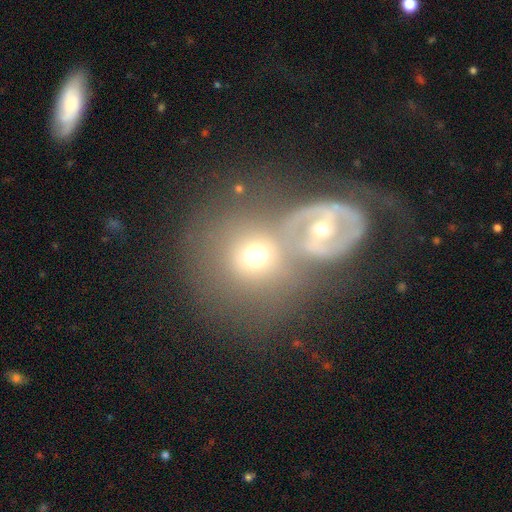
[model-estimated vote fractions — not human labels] This is possibly a featured or disk galaxy (48%). Merging: possibly merger (54%).